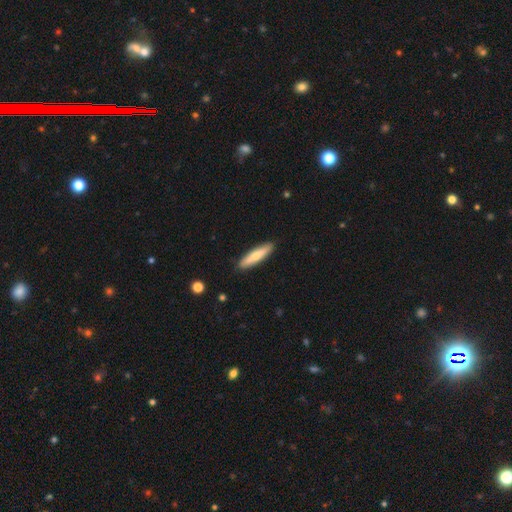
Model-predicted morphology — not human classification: This appears to be a smooth galaxy with no disk features (67%) that is cigar-shaped (79%). Merging: none (90%).